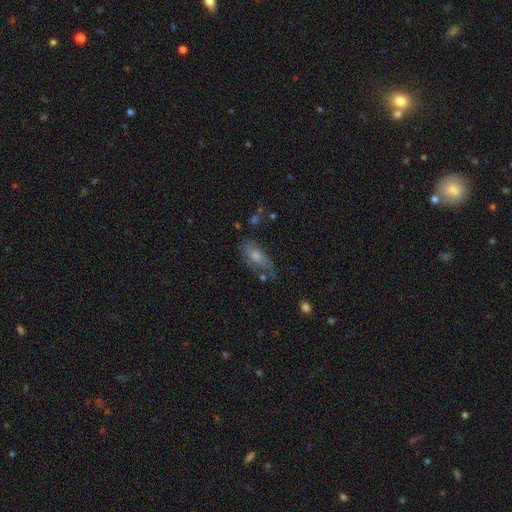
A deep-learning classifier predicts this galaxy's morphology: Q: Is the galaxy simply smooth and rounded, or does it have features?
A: featured or disk — 46%.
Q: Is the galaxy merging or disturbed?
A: none — 58%.